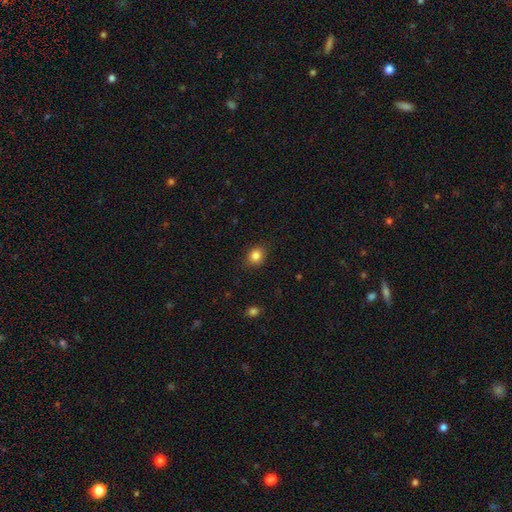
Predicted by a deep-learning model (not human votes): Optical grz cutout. It shows a smooth galaxy with no disk features (84%) that is round (66%). Merging: none (86%).